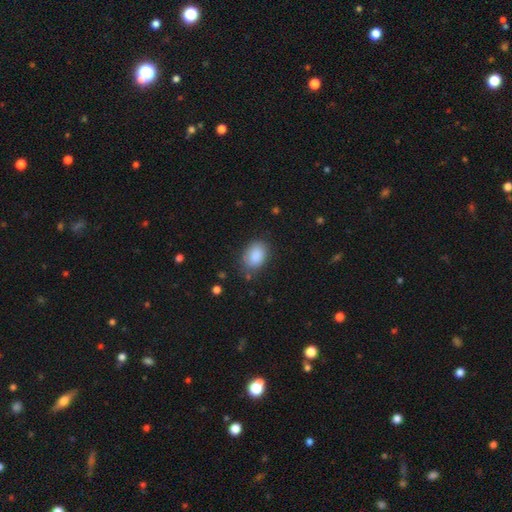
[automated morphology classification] smooth_or_featured: smooth (p=0.88) [alt: star or artifact p=0.07]
how_rounded: in between (p=0.79) [alt: round p=0.20]
merging: none (p=0.77) [alt: minor disturbance p=0.17]